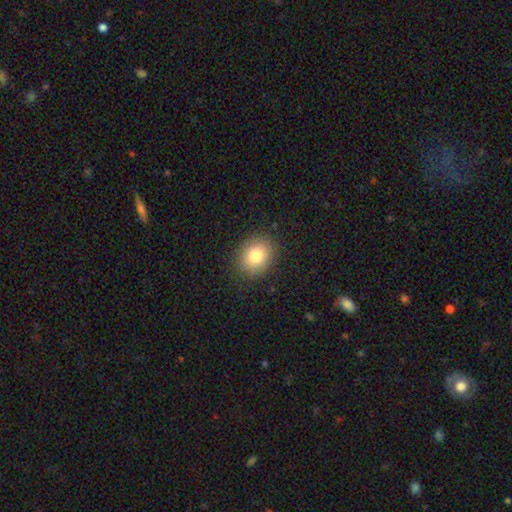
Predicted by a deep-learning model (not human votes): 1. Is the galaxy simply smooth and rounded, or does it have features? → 81% smooth, 10% star or artifact, 9% featured or disk.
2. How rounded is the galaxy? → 53% round, 46% in between, 1% cigar-shaped.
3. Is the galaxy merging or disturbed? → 87% none, 9% minor disturbance, 3% major disturbance, 1% merger.